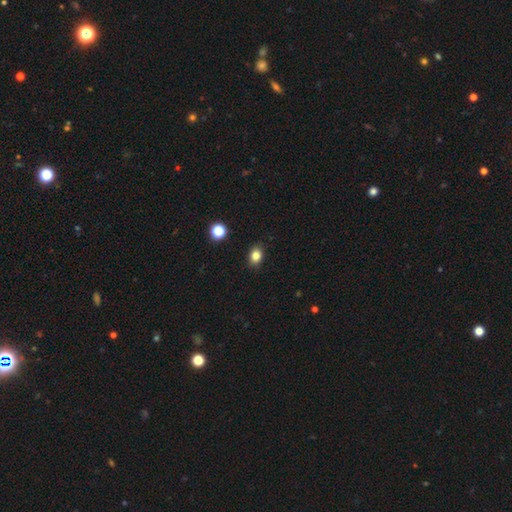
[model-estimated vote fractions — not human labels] The model was most divided on "how rounded": in between: 62%, round: 37%, cigar-shaped: 1%. More confident: merging — none (88%); smooth or featured — smooth (83%).